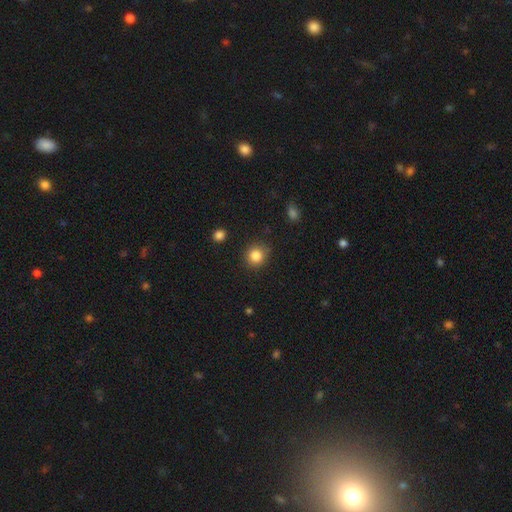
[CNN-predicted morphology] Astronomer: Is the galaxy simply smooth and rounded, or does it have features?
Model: smooth — 85%.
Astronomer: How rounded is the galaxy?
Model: round — 85%.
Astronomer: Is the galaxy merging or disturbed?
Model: none — 84%.